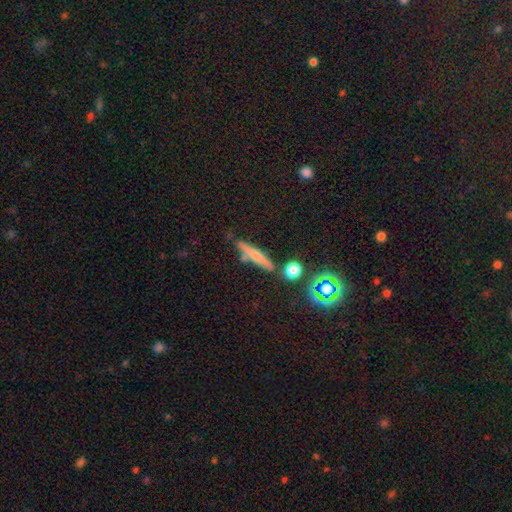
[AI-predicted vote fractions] A smooth galaxy with no disk features (52%) that is cigar-shaped (85%).

Vote fractions:
- Smooth or featured? smooth: 52% / featured or disk: 34% / star or artifact: 13%
- How rounded? cigar-shaped: 85% / in between: 10% / round: 5%
- Merging? none: 76% / minor disturbance: 13% / merger: 8% / major disturbance: 4%